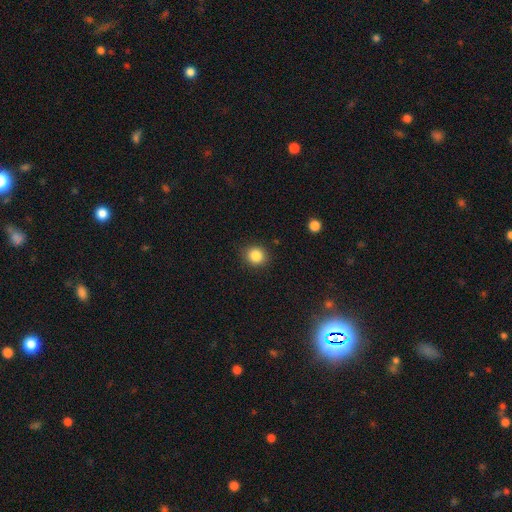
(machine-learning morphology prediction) smooth-or-featured: smooth: 86% | star or artifact: 10% | featured or disk: 4%
  how-rounded: round: 80% | in between: 19% | cigar-shaped: 1%
  merging: none: 89% | minor disturbance: 8% | major disturbance: 2% | merger: 1%